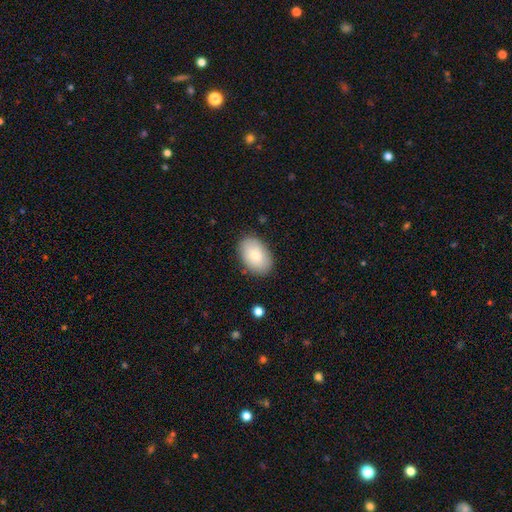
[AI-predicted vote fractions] Smooth or featured?
  - smooth: 80% *
  - featured or disk: 14%
  - star or artifact: 6%
How rounded?
  - in between: 90% *
  - round: 9%
  - cigar-shaped: 1%
Merging?
  - none: 85% *
  - minor disturbance: 11%
  - major disturbance: 3%
  - merger: 1%